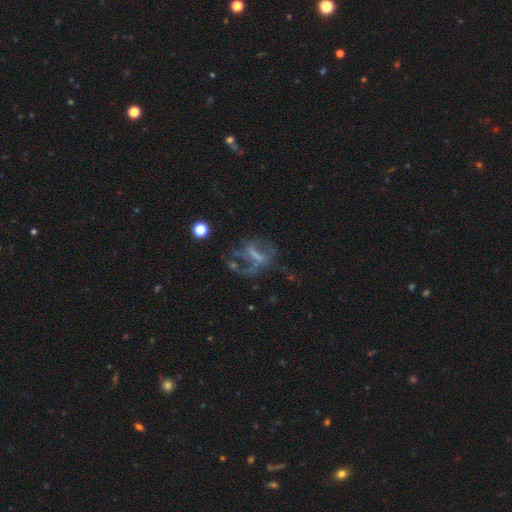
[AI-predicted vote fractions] Morphology: type=featured or disk (68%); edge-on=no (95%); bar=strong (41%); spiral arms=yes (68%); bulge=none (56%); merging=none (42%).